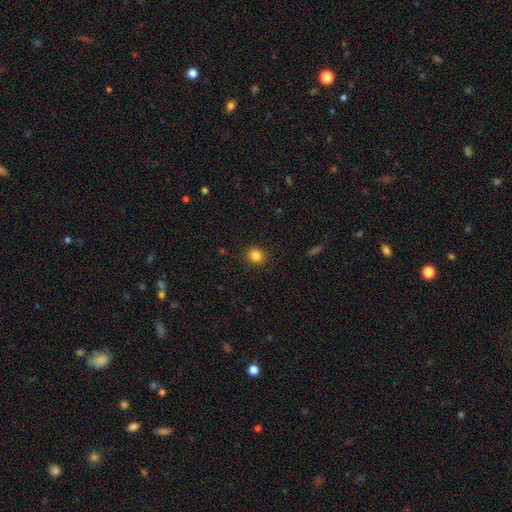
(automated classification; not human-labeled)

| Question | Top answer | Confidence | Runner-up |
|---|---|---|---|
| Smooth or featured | smooth | 84% | star or artifact (11%) |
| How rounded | round | 76% | in between (23%) |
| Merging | none | 90% | minor disturbance (7%) |